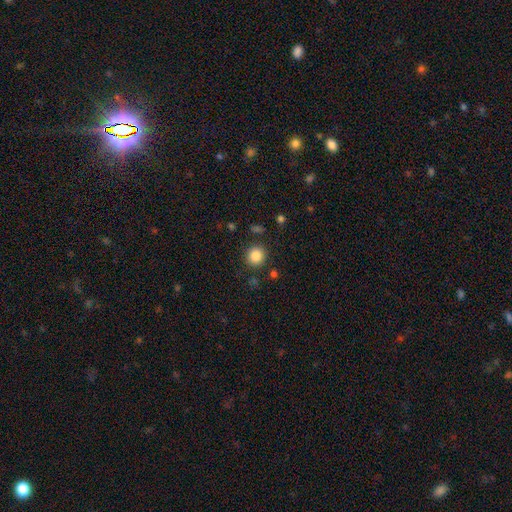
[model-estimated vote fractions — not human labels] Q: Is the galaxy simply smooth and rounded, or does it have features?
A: smooth — 85%.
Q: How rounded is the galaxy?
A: round — 90%.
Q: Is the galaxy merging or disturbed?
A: none — 88%.